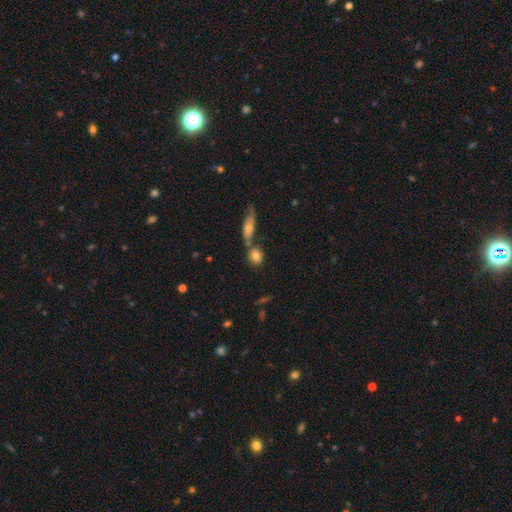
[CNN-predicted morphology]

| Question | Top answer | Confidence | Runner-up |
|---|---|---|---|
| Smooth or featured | smooth | 79% | featured or disk (13%) |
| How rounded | round | 53% | in between (41%) |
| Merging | none | 55% | merger (28%) |